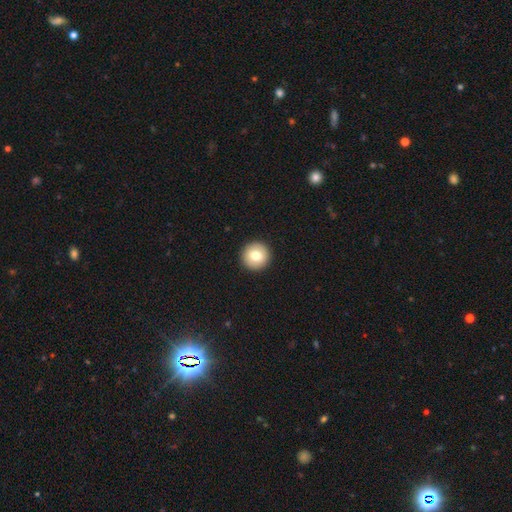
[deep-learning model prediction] Morphology: type=smooth (77%); roundness=round (96%); merging=none (94%).